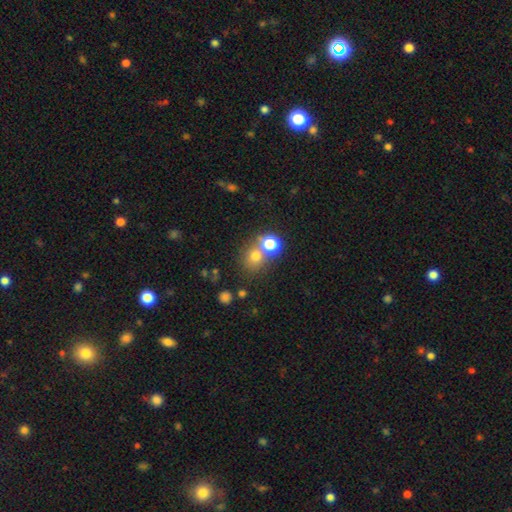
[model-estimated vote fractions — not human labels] A smooth galaxy with no disk features (70%) that is round (82%). Merging: none (59%).